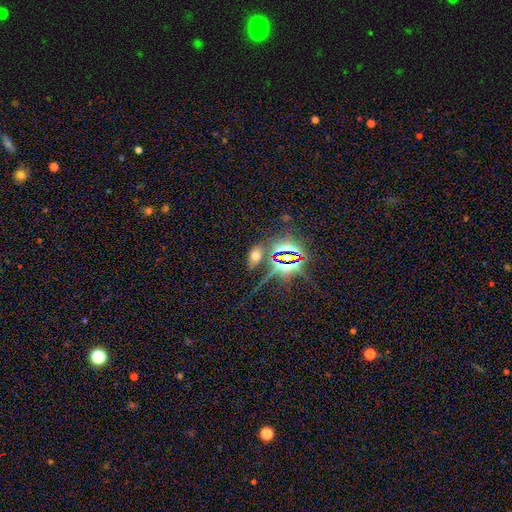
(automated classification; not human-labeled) A star or artifact, not a galaxy (45%).